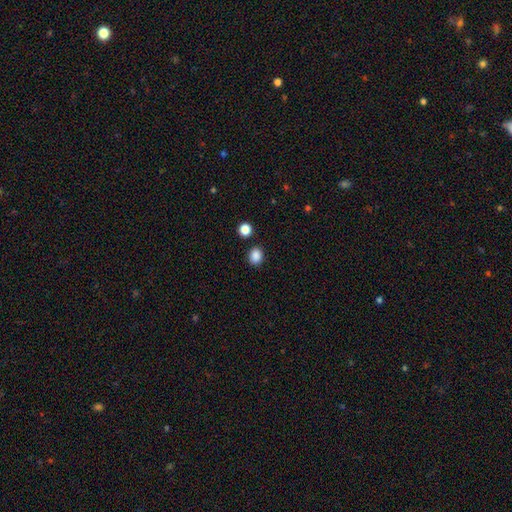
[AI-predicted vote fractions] smooth_or_featured: smooth (p=0.87) [alt: star or artifact p=0.10]
how_rounded: round (p=0.60) [alt: in between p=0.40]
merging: none (p=0.86) [alt: minor disturbance p=0.08]